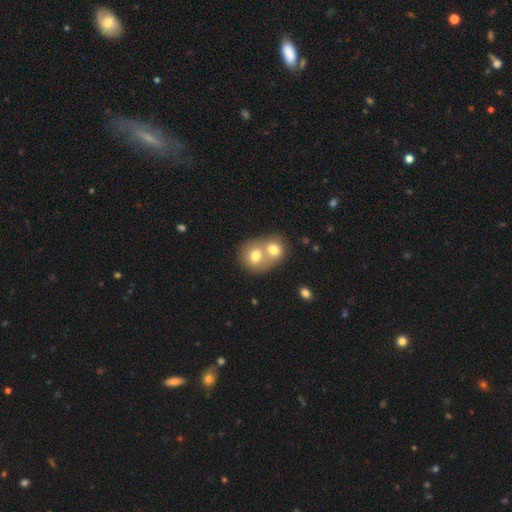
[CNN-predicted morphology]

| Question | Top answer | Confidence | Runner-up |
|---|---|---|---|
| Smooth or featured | smooth | 72% | featured or disk (19%) |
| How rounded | round | 70% | in between (29%) |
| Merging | merger | 70% | none (23%) |